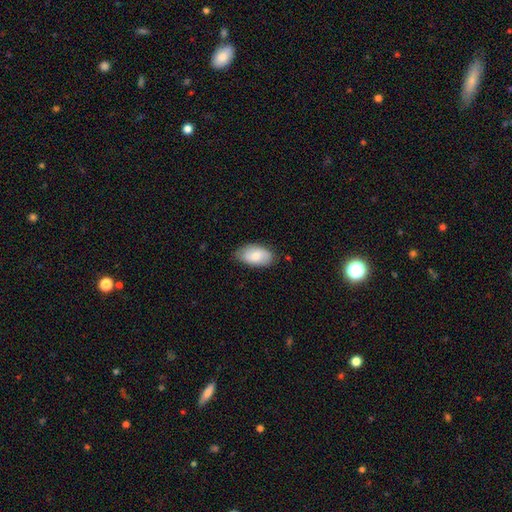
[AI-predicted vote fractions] Smooth or featured?
  - smooth: 73% *
  - featured or disk: 21%
  - star or artifact: 6%
How rounded?
  - in between: 94% *
  - round: 4%
  - cigar-shaped: 2%
Merging?
  - none: 78% *
  - minor disturbance: 18%
  - major disturbance: 3%
  - merger: 1%